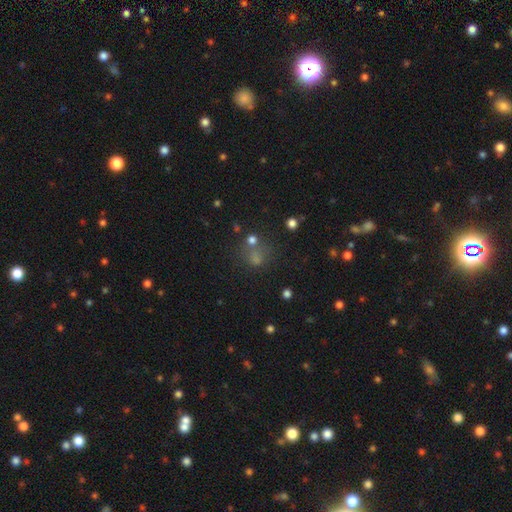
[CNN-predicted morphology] A smooth galaxy with no disk features (61%) that is round (77%). Merging: none (55%).